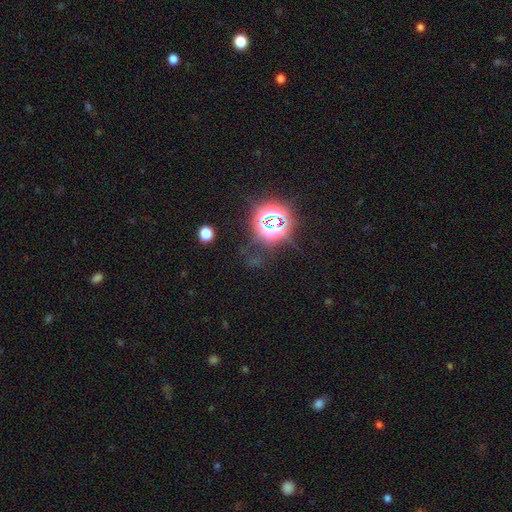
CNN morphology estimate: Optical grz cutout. It shows a star or artifact, not a galaxy (77%).